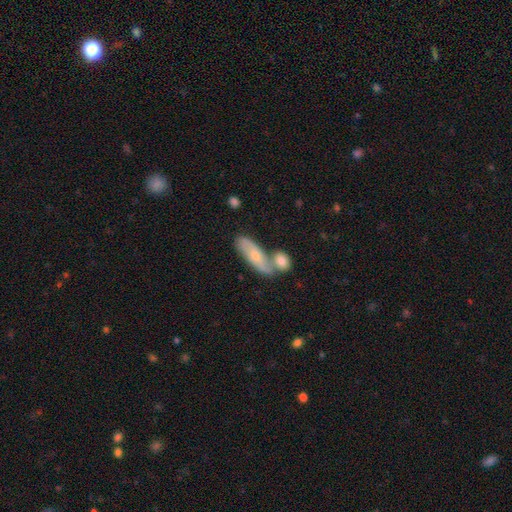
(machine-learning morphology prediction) The model was most divided on "merging": merger: 45%, none: 38%, minor disturbance: 12%, major disturbance: 5%. More confident: how rounded — in between (56%); smooth or featured — smooth (51%).